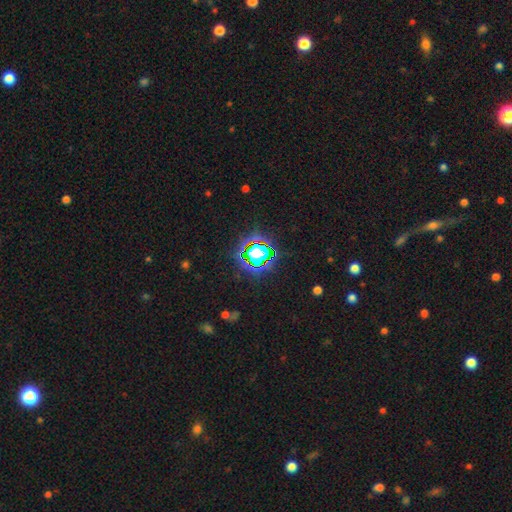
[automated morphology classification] Smooth or featured?
  - star or artifact: 71% *
  - smooth: 19%
  - featured or disk: 10%